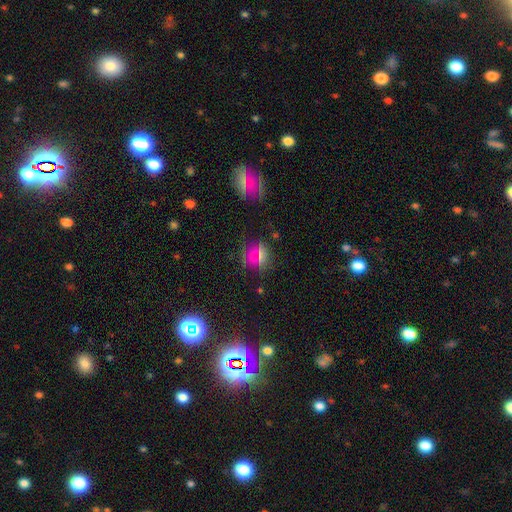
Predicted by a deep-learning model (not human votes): This is possibly a smooth galaxy (57%). How rounded: clearly round (83%). Merging: likely none (77%).